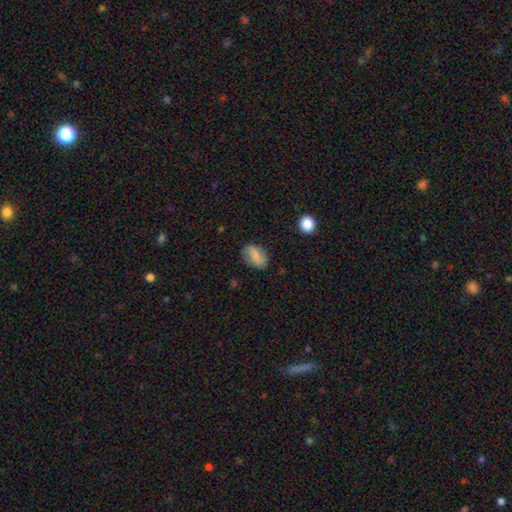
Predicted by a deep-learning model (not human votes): Smooth or featured? smooth (73%)
How rounded? in between (85%)
Merging? none (77%)